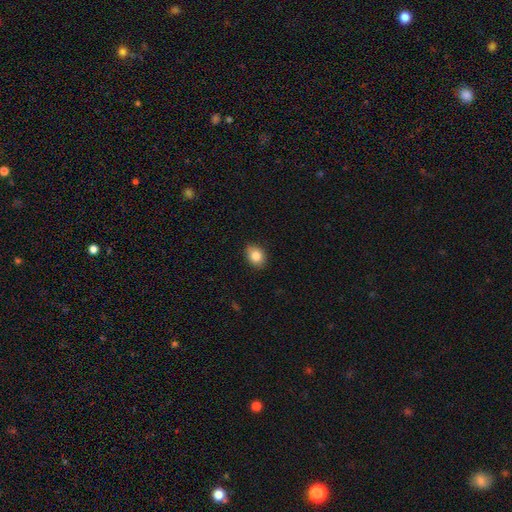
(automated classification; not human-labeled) Q: Smooth or featured?
A: smooth (84%); runner-up: star or artifact (9%)
Q: How rounded?
A: in between (58%); runner-up: round (41%)
Q: Merging?
A: none (84%); runner-up: minor disturbance (12%)